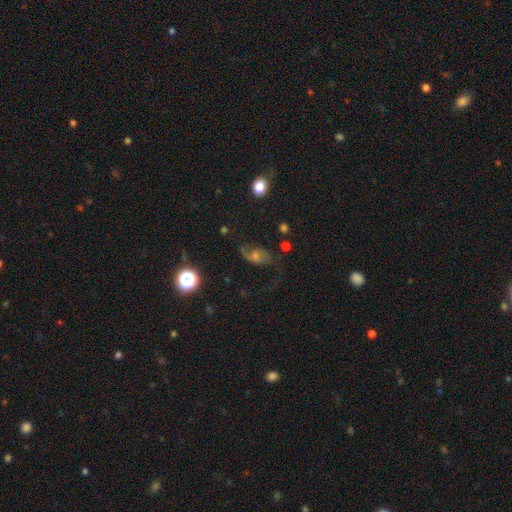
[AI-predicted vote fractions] Q: Smooth or featured?
A: featured or disk (59%); runner-up: smooth (23%)
Q: Edge-on disk?
A: no (95%); runner-up: yes (5%)
Q: Bar?
A: no (63%); runner-up: weak (30%)
Q: Spiral arms?
A: yes (87%); runner-up: no (13%)
Q: Bulge size?
A: moderate (45%); runner-up: small (41%)
Q: Merging?
A: none (57%); runner-up: minor disturbance (21%)